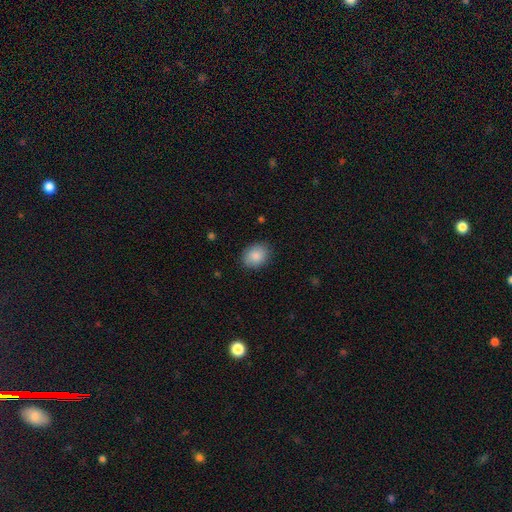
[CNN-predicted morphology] type=smooth (87%); roundness=in between (58%); merging=none (86%).